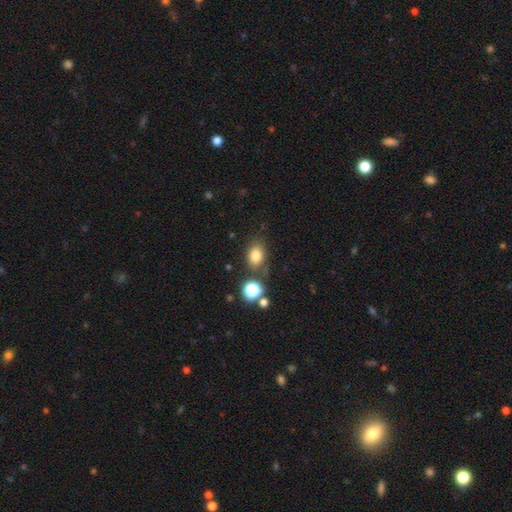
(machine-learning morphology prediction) A smooth galaxy with no disk features (79%) that is in between round and cigar-shaped (71%).

Vote fractions:
- Smooth or featured? smooth: 79% / star or artifact: 13% / featured or disk: 8%
- How rounded? in between: 71% / round: 27% / cigar-shaped: 1%
- Merging? none: 72% / minor disturbance: 15% / merger: 8% / major disturbance: 5%